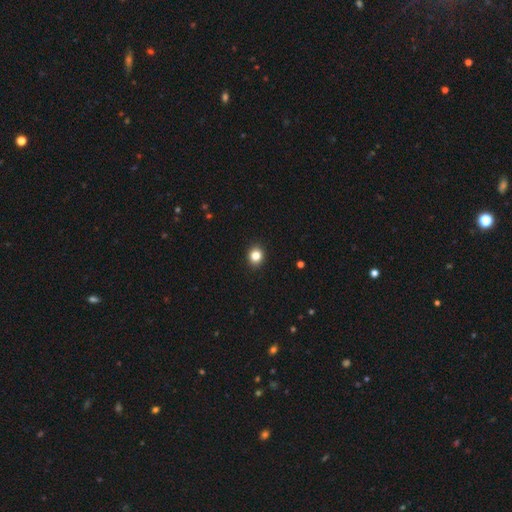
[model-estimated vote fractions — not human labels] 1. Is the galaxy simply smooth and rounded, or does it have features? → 84% smooth, 11% star or artifact, 5% featured or disk.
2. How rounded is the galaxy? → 73% round, 26% in between, 1% cigar-shaped.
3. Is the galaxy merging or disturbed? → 92% none, 5% minor disturbance, 2% major disturbance, 1% merger.